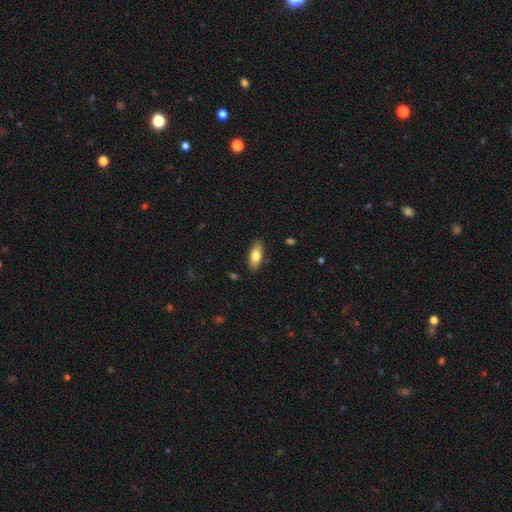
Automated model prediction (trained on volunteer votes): This is likely a smooth galaxy (78%). How rounded: clearly in between (82%). Merging: clearly none (87%).